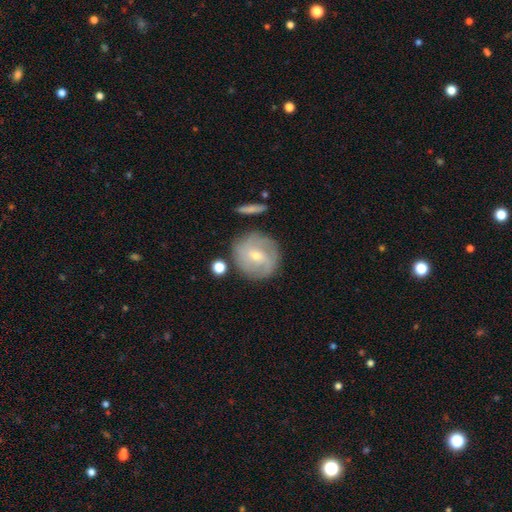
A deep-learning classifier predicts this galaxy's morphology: featured or disk 64%, smooth 28%, star or artifact 8%. Down the decision tree: edge-on disk — no (95%); bar — weak (42%, tied with no); spiral arms — yes (79%); bulge size — small (62%); merging — none (79%).